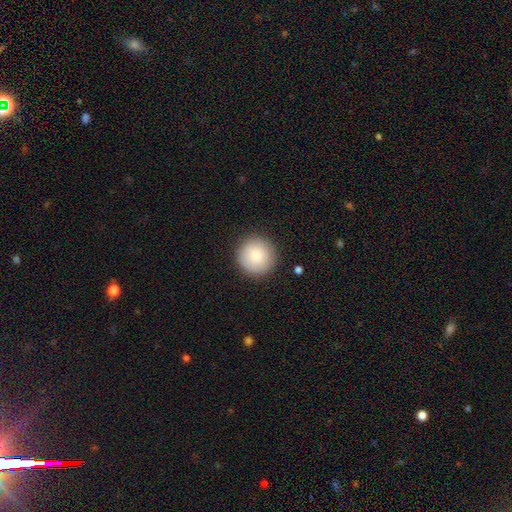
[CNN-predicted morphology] This appears to be a smooth galaxy with no disk features (86%) that is round (96%). Merging: none (90%).